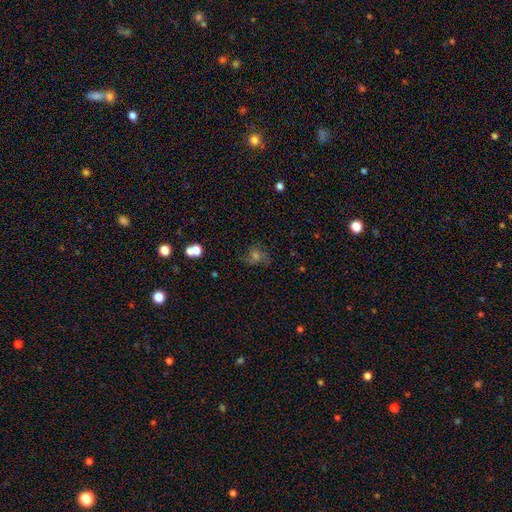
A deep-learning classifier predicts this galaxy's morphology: Overall: featured or disk (42%; smooth 32%). Merging: none (66%).